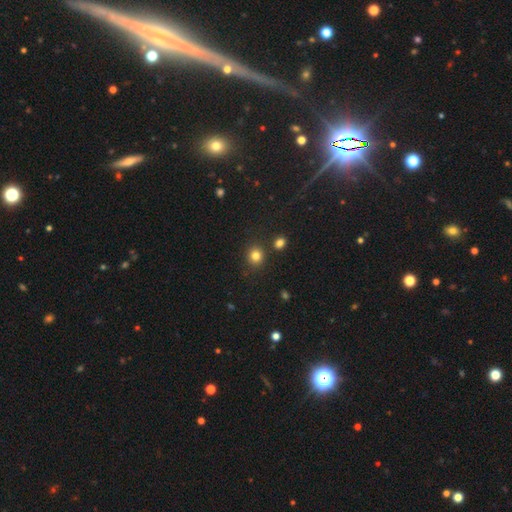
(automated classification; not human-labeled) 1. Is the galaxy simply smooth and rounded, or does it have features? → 81% smooth, 13% star or artifact, 5% featured or disk.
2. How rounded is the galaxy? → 85% round, 14% in between, 1% cigar-shaped.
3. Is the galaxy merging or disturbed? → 84% none, 7% minor disturbance, 6% merger, 3% major disturbance.